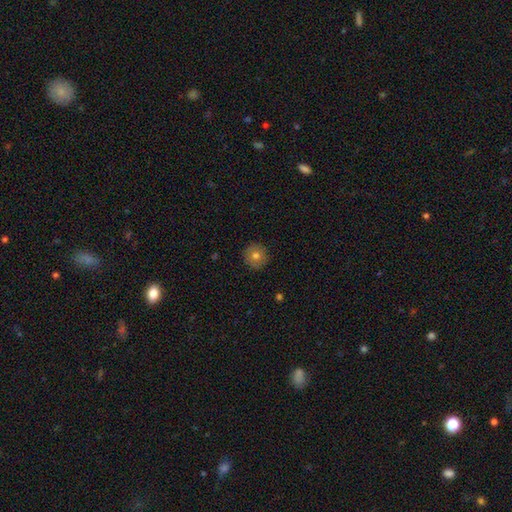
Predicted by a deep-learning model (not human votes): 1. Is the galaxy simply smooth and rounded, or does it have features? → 76% smooth, 14% featured or disk, 10% star or artifact.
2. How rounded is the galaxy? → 95% round, 4% in between, 1% cigar-shaped.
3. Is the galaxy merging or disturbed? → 91% none, 7% minor disturbance, 2% major disturbance, 1% merger.